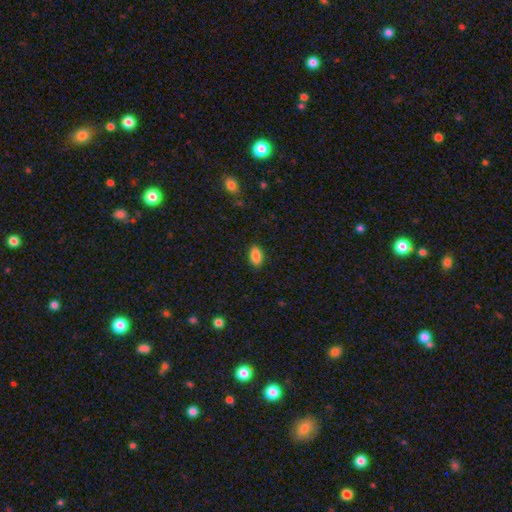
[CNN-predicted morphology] Q: Smooth or featured?
A: smooth (87%); runner-up: star or artifact (8%)
Q: How rounded?
A: in between (91%); runner-up: round (6%)
Q: Merging?
A: none (86%); runner-up: minor disturbance (10%)